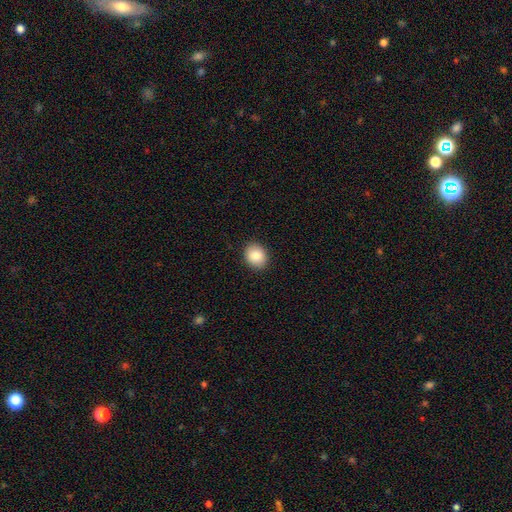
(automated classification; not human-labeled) Overall: smooth (86%). How rounded: round (56%; in between 43%). Merging: none (90%).